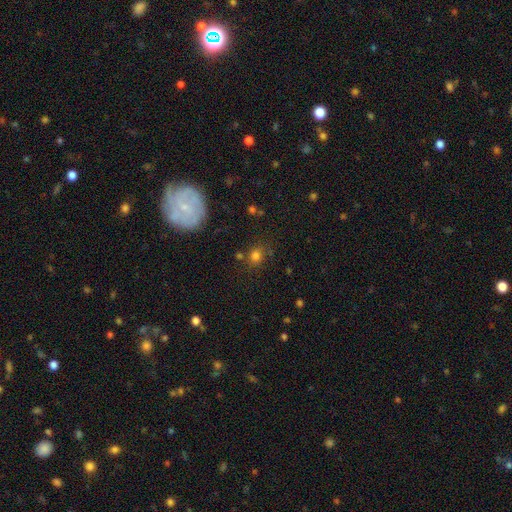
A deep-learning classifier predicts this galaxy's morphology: This appears to be a smooth galaxy with no disk features (75%) that is round (75%). Merging: none (76%).